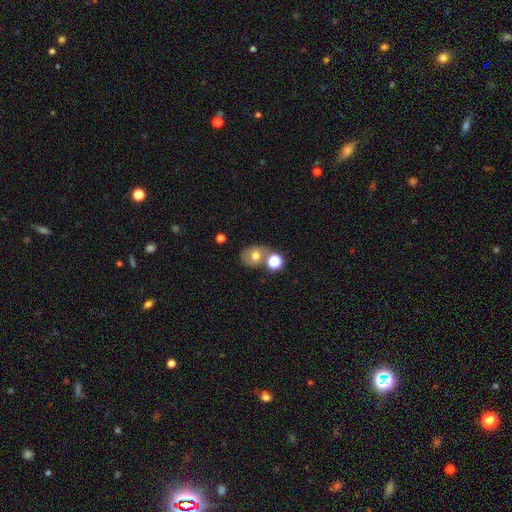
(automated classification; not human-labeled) Smooth or featured?
  - smooth: 64% *
  - featured or disk: 22%
  - star or artifact: 14%
How rounded?
  - round: 54% *
  - in between: 45%
  - cigar-shaped: 1%
Merging?
  - none: 54% *
  - merger: 26%
  - minor disturbance: 14%
  - major disturbance: 6%